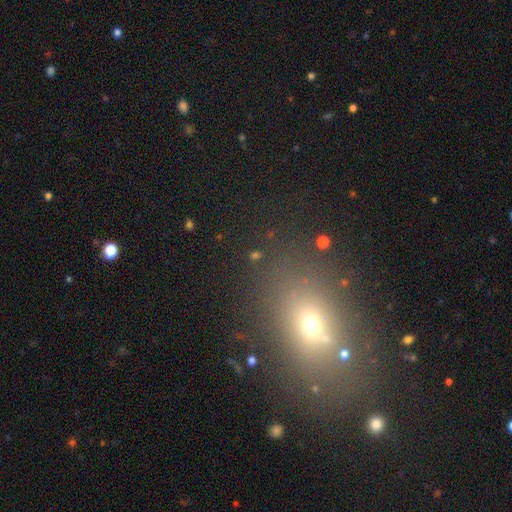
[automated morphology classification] smooth 46%, star or artifact 42%, featured or disk 12%. Down the decision tree: merging — none (75%).